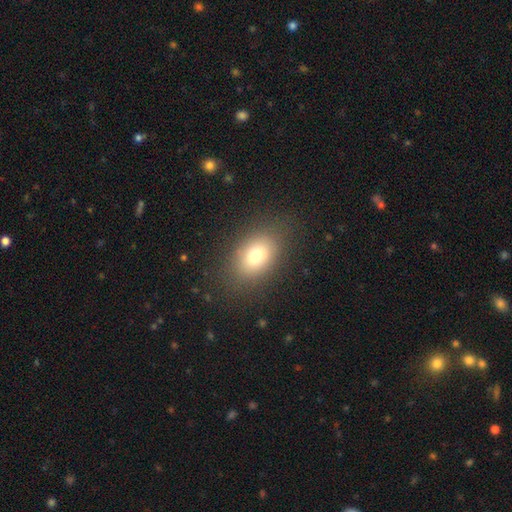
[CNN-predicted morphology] Smooth or featured?
  - smooth: 75% *
  - featured or disk: 14%
  - star or artifact: 11%
How rounded?
  - in between: 79% *
  - round: 20%
  - cigar-shaped: 1%
Merging?
  - none: 82% *
  - minor disturbance: 12%
  - major disturbance: 5%
  - merger: 1%